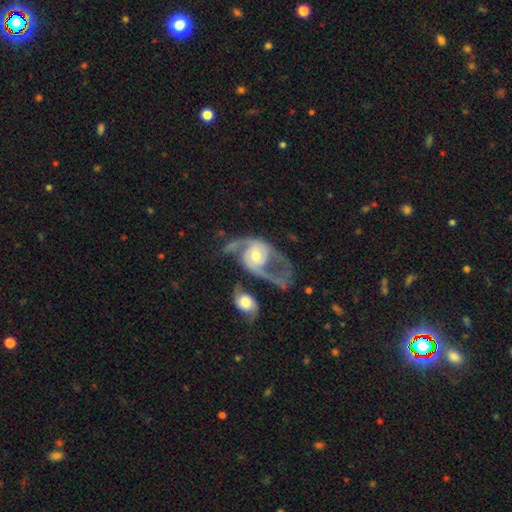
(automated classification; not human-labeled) This is clearly a featured or disk galaxy (83%). It is clearly not viewed edge-on (96%). Bar: likely no (69%). Spiral arm pattern: clearly yes (89%). Spiral arm count: likely 2 (76%). Spiral winding: marginally loose (43%). Central bulge: likely moderate (63%). Merging: marginally merger (33%).